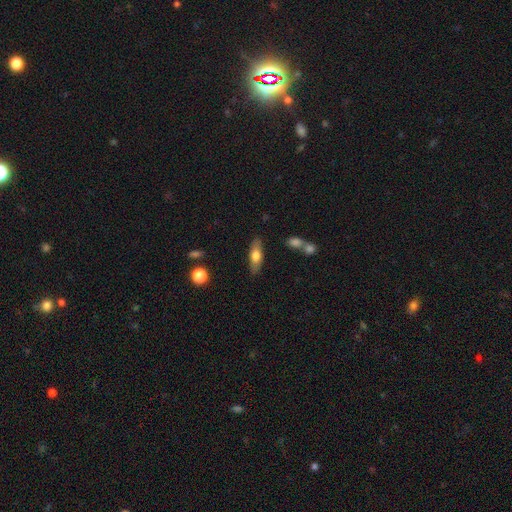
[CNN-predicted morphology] Q: Smooth or featured?
A: smooth (65%); runner-up: featured or disk (28%)
Q: How rounded?
A: in between (61%); runner-up: cigar-shaped (36%)
Q: Merging?
A: none (83%); runner-up: minor disturbance (12%)